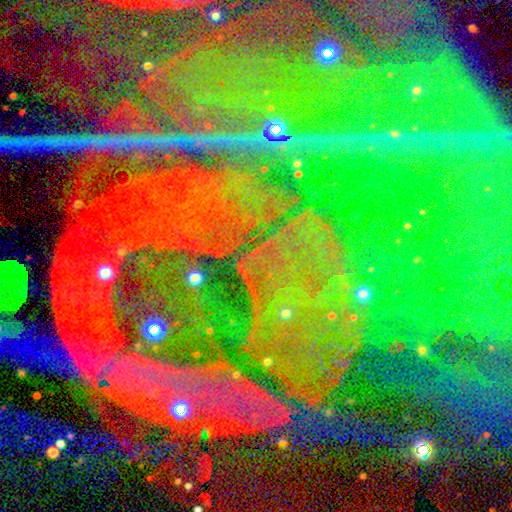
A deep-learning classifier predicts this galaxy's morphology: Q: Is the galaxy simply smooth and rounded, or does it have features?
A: star or artifact — 88%.